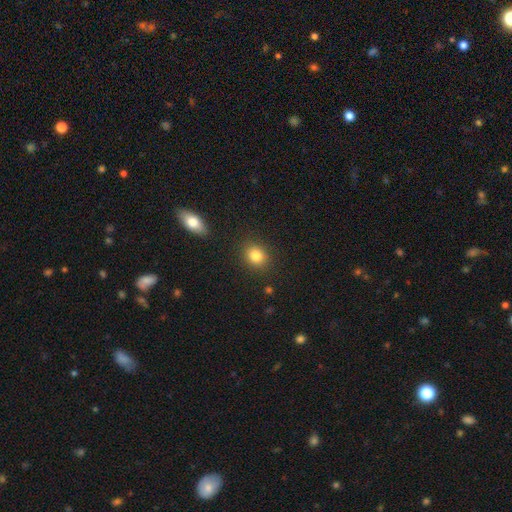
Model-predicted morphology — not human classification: This appears to be a smooth galaxy with no disk features (84%) that is round (66%). Merging: none (87%).